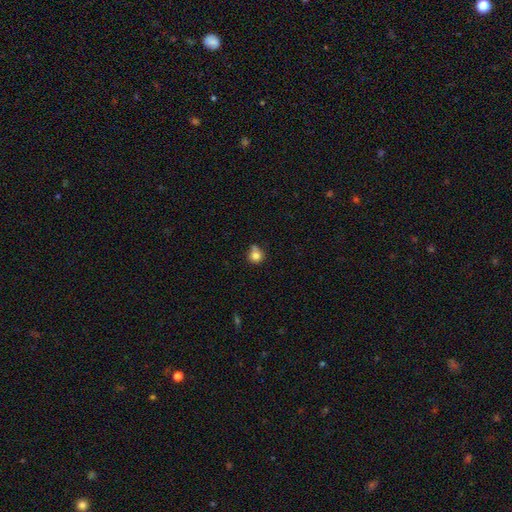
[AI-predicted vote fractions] smooth_or_featured: smooth (p=0.80) [alt: star or artifact p=0.11]
how_rounded: round (p=0.86) [alt: in between p=0.13]
merging: none (p=0.53) [alt: minor disturbance p=0.24]